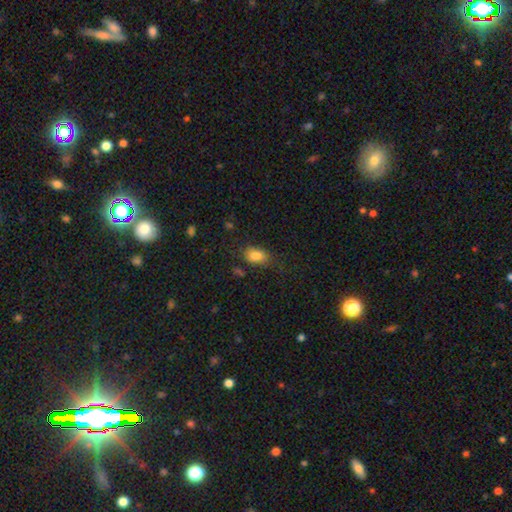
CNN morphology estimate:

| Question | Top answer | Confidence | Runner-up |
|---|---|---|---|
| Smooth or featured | smooth | 82% | star or artifact (10%) |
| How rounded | in between | 85% | round (12%) |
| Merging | none | 63% | minor disturbance (23%) |